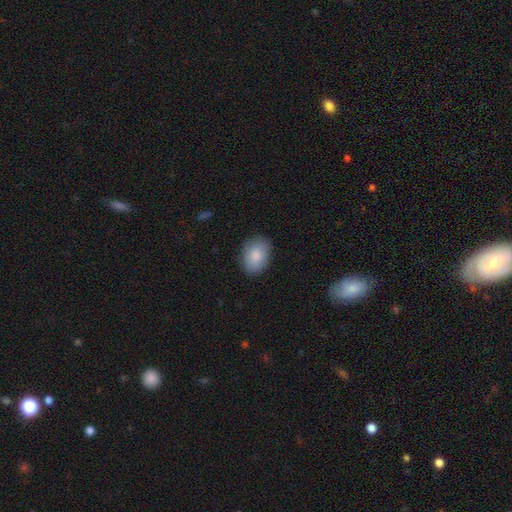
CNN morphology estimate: Smooth or featured? Predicted: smooth (p=0.86). How rounded? Predicted: in between (p=0.80). Merging? Predicted: none (p=0.85).